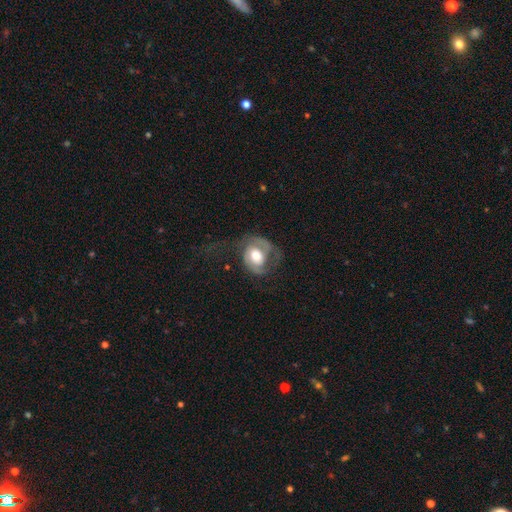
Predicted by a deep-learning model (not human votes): Morphology: type=featured or disk (67%); edge-on=no (97%); bar=no (61%); spiral arms=yes (83%); winding=medium (42%); arm count=2 (66%); bulge=moderate (59%); merging=none (40%).